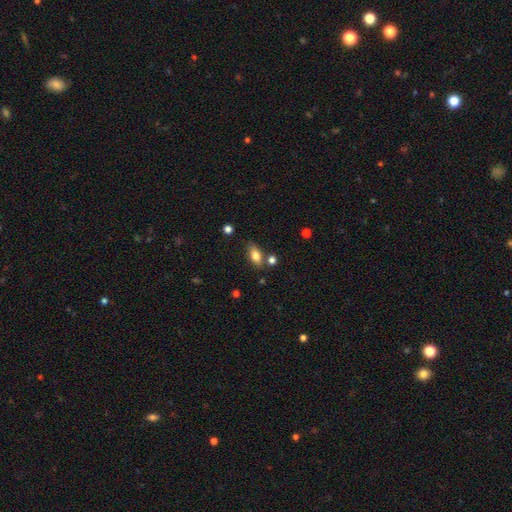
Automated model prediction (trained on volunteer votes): A smooth galaxy with no disk features (78%) that is in between round and cigar-shaped (85%).

Vote fractions:
- Smooth or featured? smooth: 78% / featured or disk: 13% / star or artifact: 8%
- How rounded? in between: 85% / cigar-shaped: 9% / round: 6%
- Merging? none: 75% / minor disturbance: 14% / merger: 8% / major disturbance: 3%